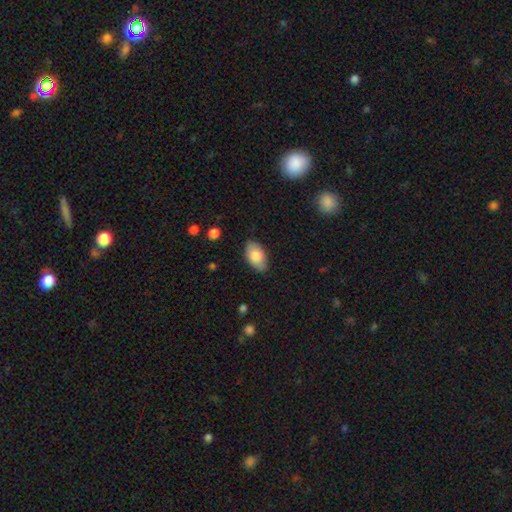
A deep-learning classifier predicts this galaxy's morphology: A smooth galaxy with no disk features (79%) that is in between round and cigar-shaped (94%).

Vote fractions:
- Smooth or featured? smooth: 79% / featured or disk: 14% / star or artifact: 6%
- How rounded? in between: 94% / round: 5% / cigar-shaped: 2%
- Merging? none: 84% / minor disturbance: 13% / major disturbance: 3% / merger: 1%